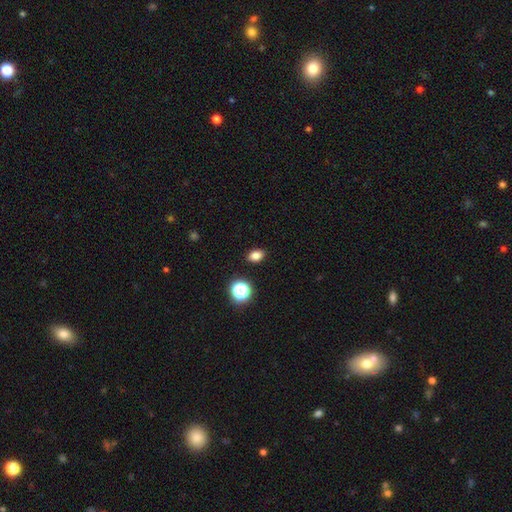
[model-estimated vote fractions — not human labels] smooth 81%, star or artifact 14%, featured or disk 6%. Down the decision tree: how rounded — in between (75%); merging — none (89%).